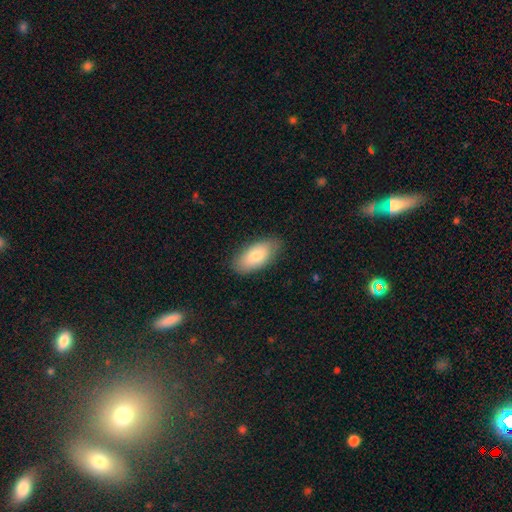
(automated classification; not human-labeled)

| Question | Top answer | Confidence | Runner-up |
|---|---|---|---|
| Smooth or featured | smooth | 80% | featured or disk (14%) |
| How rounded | in between | 93% | cigar-shaped (4%) |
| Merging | none | 83% | minor disturbance (14%) |